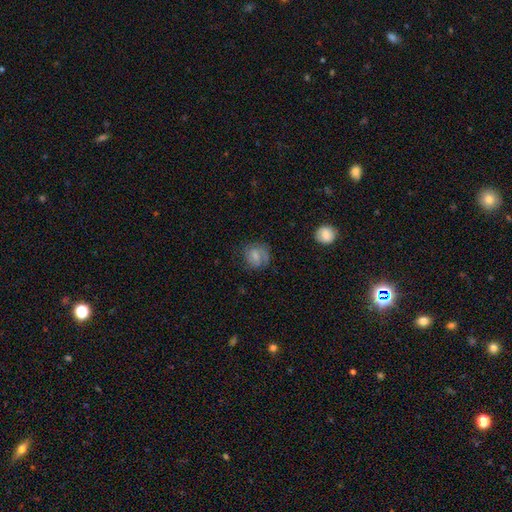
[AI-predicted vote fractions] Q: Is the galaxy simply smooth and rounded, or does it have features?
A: smooth — 53%.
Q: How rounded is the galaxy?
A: round — 73%.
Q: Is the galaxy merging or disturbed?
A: none — 67%.